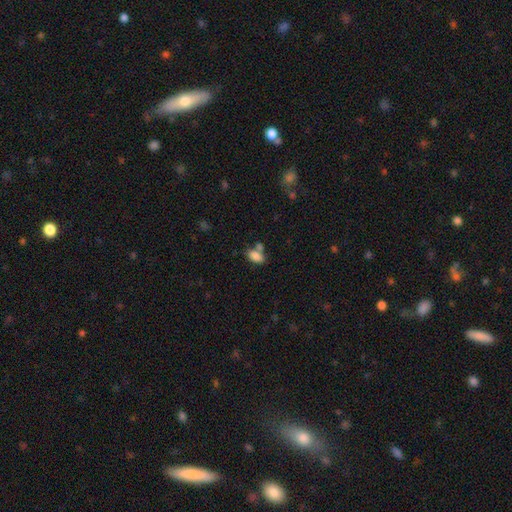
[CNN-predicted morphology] Q: Smooth or featured?
A: smooth (84%); runner-up: star or artifact (9%)
Q: How rounded?
A: in between (91%); runner-up: round (5%)
Q: Merging?
A: none (55%); runner-up: merger (26%)